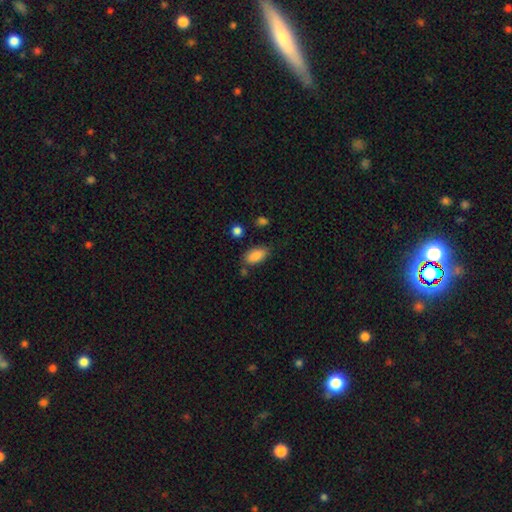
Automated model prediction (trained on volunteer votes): smooth 87%, star or artifact 7%, featured or disk 6%. Down the decision tree: how rounded — in between (91%); merging — none (72%).